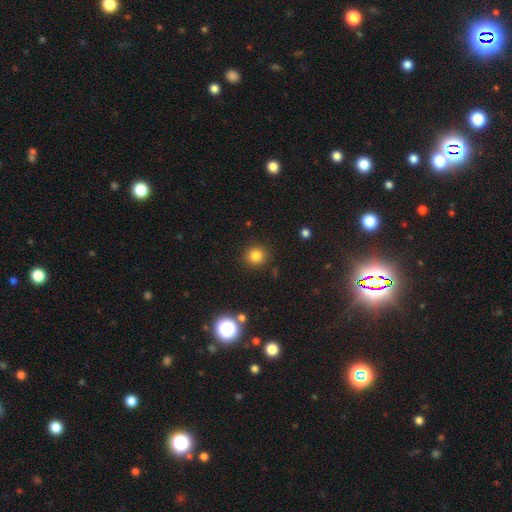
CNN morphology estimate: A smooth galaxy with no disk features (82%) that is round (90%). Merging: none (89%).